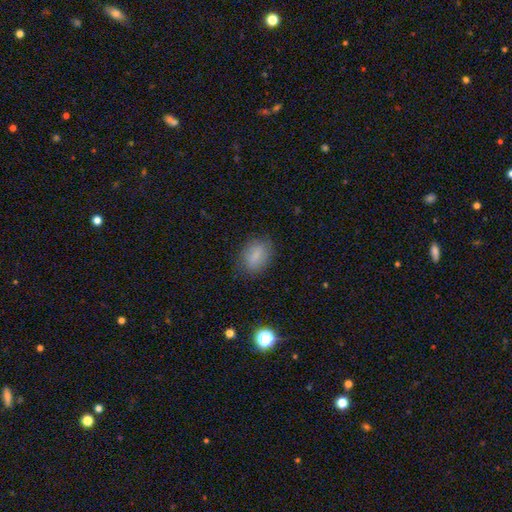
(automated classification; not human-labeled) smooth 81%, featured or disk 10%, star or artifact 10%. Down the decision tree: how rounded — in between (76%); merging — none (81%).